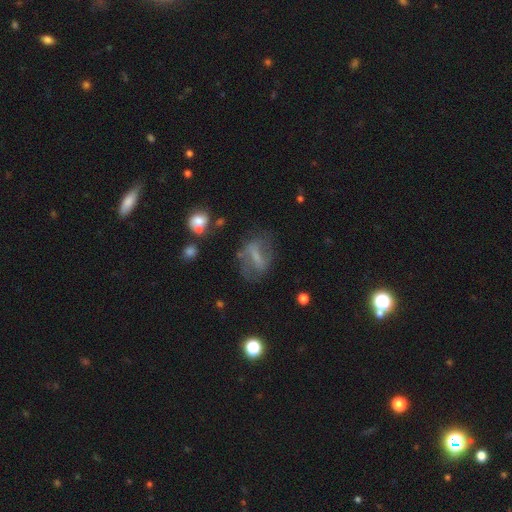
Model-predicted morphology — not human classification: Smooth or featured?
  - featured or disk: 55% *
  - smooth: 33%
  - star or artifact: 12%
Edge-on disk?
  - no: 90% *
  - yes: 10%
Merging?
  - none: 60% *
  - minor disturbance: 20%
  - major disturbance: 16%
  - merger: 4%